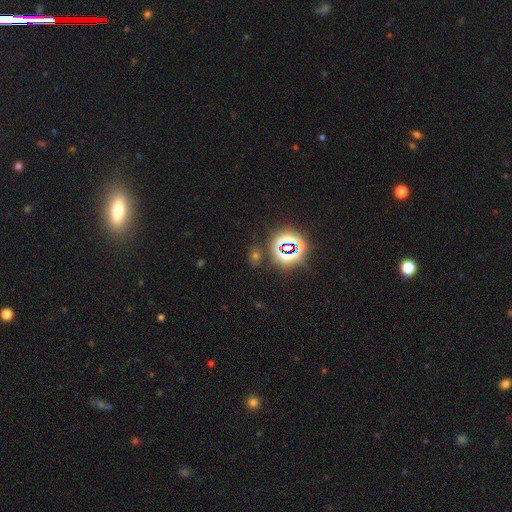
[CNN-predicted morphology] Smooth or featured? star or artifact (58%)